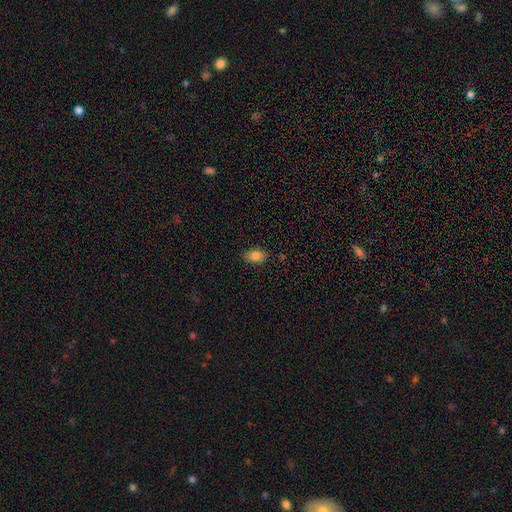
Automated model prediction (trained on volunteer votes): Q: Smooth or featured?
A: smooth (83%); runner-up: star or artifact (9%)
Q: How rounded?
A: in between (88%); runner-up: round (11%)
Q: Merging?
A: none (87%); runner-up: minor disturbance (10%)